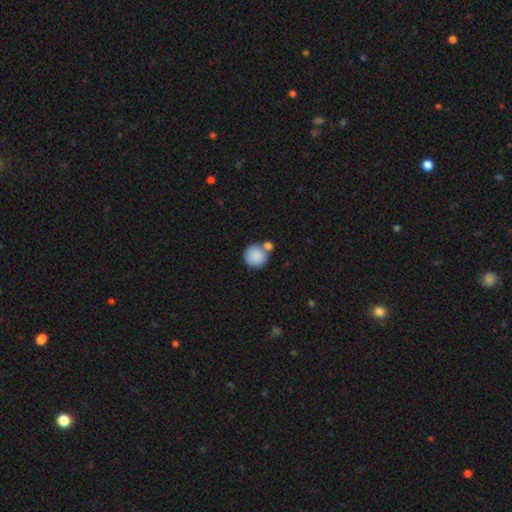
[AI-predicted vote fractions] Smooth or featured? smooth (87%)
How rounded? round (92%)
Merging? none (56%)